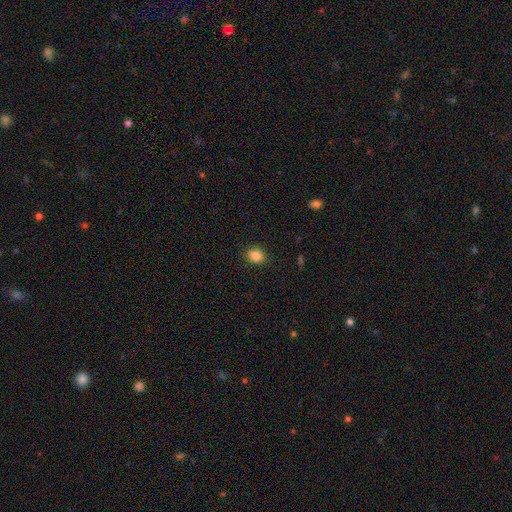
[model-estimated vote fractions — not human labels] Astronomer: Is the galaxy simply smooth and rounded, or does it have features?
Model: smooth — 85%.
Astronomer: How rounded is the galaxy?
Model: round — 62% (runner-up: in between, 38%).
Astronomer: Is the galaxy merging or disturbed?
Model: none — 89%.